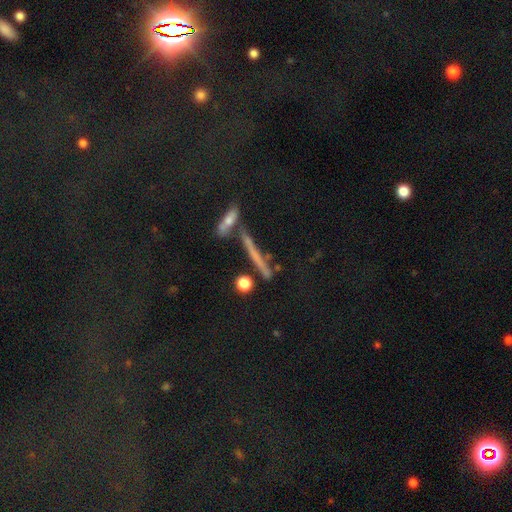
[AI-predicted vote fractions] This is marginally a featured or disk galaxy (40%). Merging: likely none (62%).